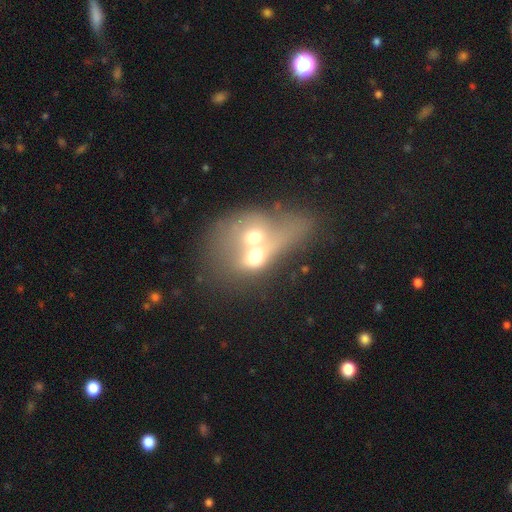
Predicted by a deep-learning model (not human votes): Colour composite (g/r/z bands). It shows a smooth galaxy with no disk features (50%). Merging: merger (79%).